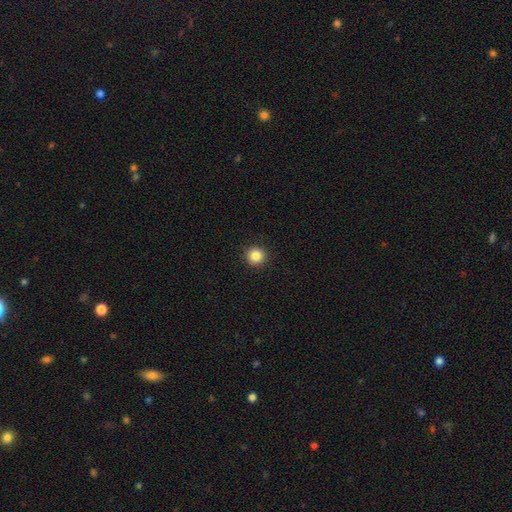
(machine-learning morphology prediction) Q: Smooth or featured?
A: smooth (85%); runner-up: star or artifact (11%)
Q: How rounded?
A: round (95%); runner-up: in between (4%)
Q: Merging?
A: none (93%); runner-up: minor disturbance (5%)